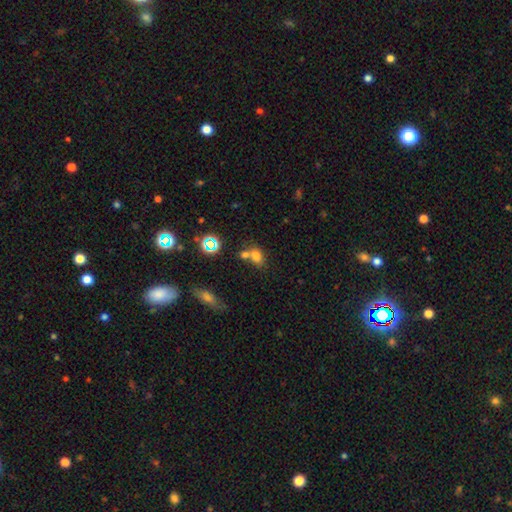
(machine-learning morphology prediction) This is likely a smooth galaxy (71%). How rounded: likely in between (64%). Merging: marginally merger (44%).